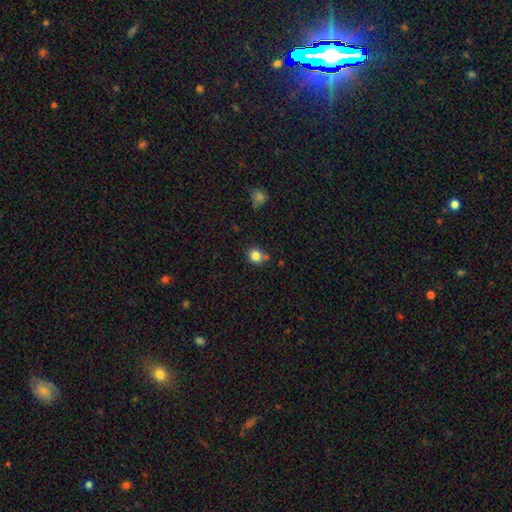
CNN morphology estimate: A smooth galaxy with no disk features (83%) that is round (83%).

Vote fractions:
- Smooth or featured? smooth: 83% / star or artifact: 11% / featured or disk: 6%
- How rounded? round: 83% / in between: 16% / cigar-shaped: 1%
- Merging? none: 66% / minor disturbance: 18% / merger: 11% / major disturbance: 5%